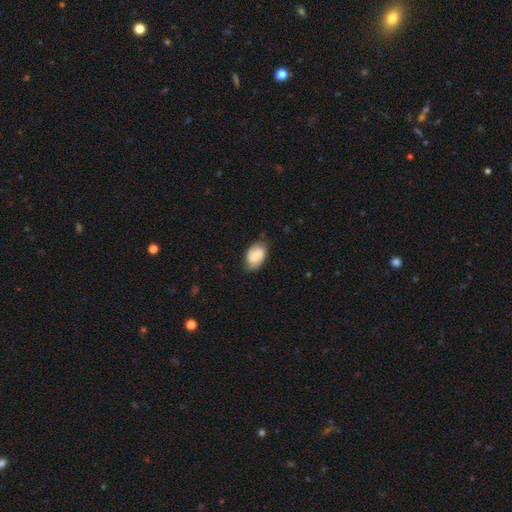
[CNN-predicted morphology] This appears to be a smooth galaxy with no disk features (65%) that is in between round and cigar-shaped (88%). Merging: none (72%).